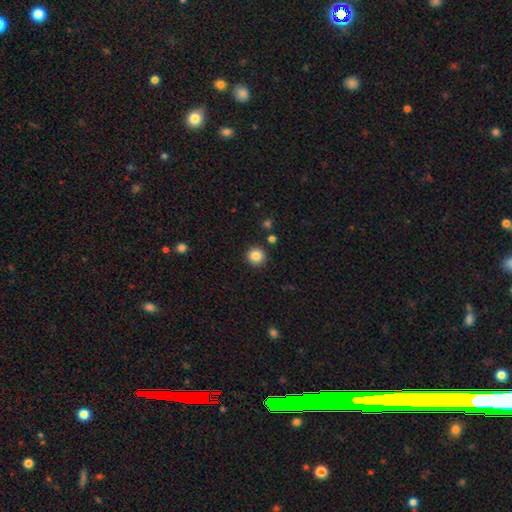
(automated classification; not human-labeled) Smooth or featured: smooth — 86% (star or artifact — 10%)
How rounded: round — 95% (in between — 5%)
Merging: none — 91% (minor disturbance — 5%)